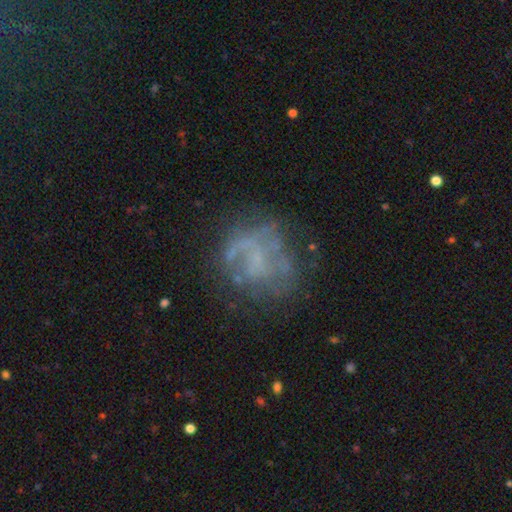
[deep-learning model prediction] smooth-or-featured: featured or disk: 58% | smooth: 23% | star or artifact: 18%
  disk-edge-on: no: 98% | yes: 2%
    bar: no: 82% | weak: 14% | strong: 4%
    has-spiral-arms: no: 67% | yes: 33%
    bulge-size: none: 73% | small: 17% | moderate: 8% | large: 2% | dominant: 1%
  merging: none: 58% | major disturbance: 21% | minor disturbance: 18% | merger: 3%